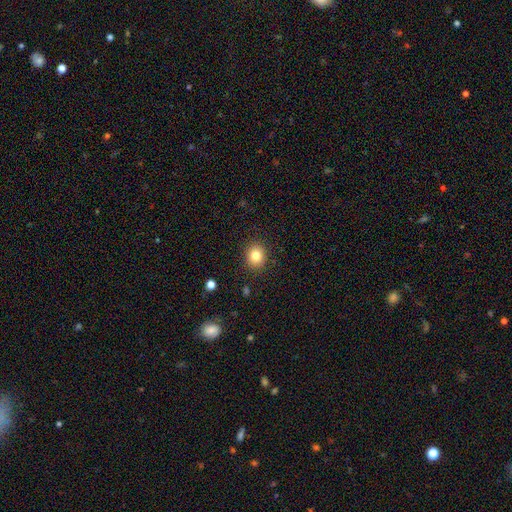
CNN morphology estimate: Smooth or featured?
  - smooth: 82% *
  - star or artifact: 11%
  - featured or disk: 7%
How rounded?
  - round: 72% *
  - in between: 27%
  - cigar-shaped: 1%
Merging?
  - none: 89% *
  - minor disturbance: 7%
  - major disturbance: 2%
  - merger: 1%